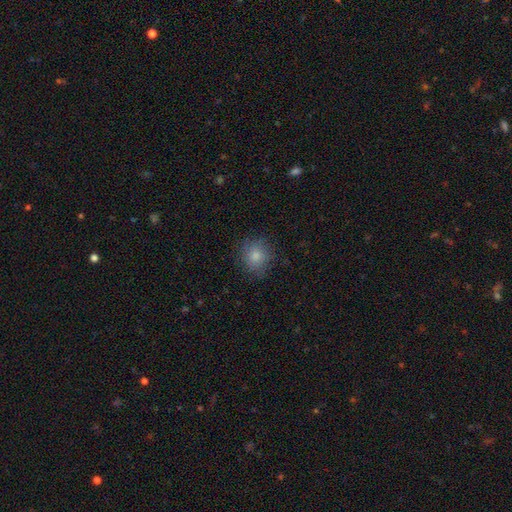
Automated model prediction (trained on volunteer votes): smooth_or_featured: smooth (p=0.82) [alt: star or artifact p=0.10]
how_rounded: round (p=0.84) [alt: in between p=0.15]
merging: none (p=0.81) [alt: minor disturbance p=0.14]